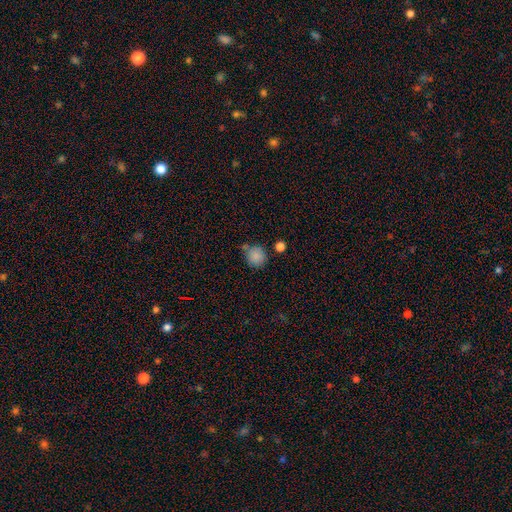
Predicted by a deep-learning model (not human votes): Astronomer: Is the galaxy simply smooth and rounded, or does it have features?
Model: smooth — 86%.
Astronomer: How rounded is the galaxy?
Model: round — 89%.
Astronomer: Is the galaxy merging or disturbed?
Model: none — 68%.